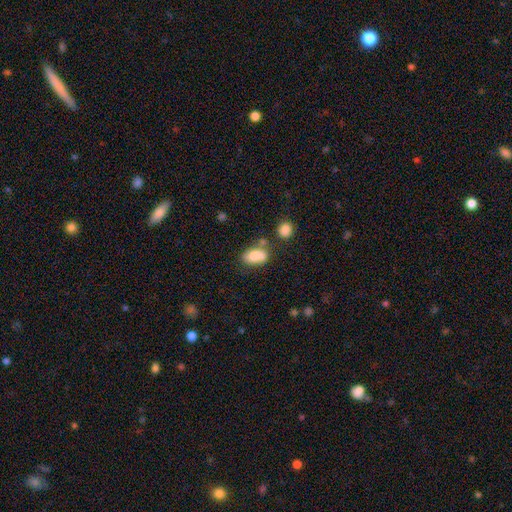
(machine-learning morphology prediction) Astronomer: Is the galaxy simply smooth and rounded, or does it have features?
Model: smooth — 80%.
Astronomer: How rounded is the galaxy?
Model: in between — 89%.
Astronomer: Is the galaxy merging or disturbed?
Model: none — 50%.